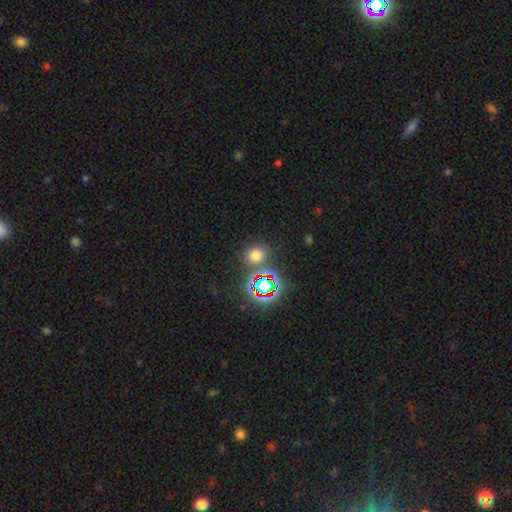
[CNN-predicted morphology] Smooth or featured: smooth — 61% (star or artifact — 32%)
How rounded: round — 78% (in between — 21%)
Merging: none — 77% (minor disturbance — 10%)